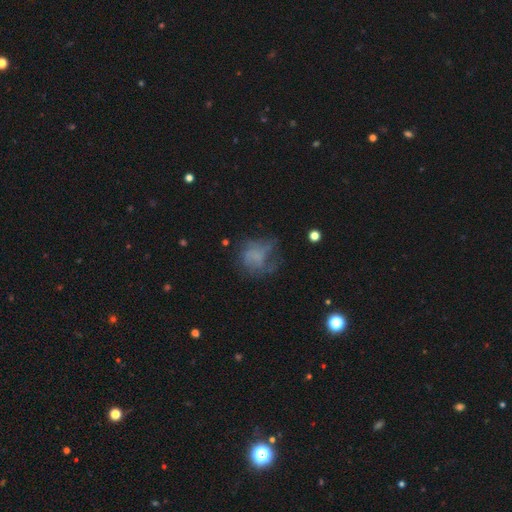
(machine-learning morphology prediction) This is marginally a smooth galaxy (45%). Merging: marginally none (41%).